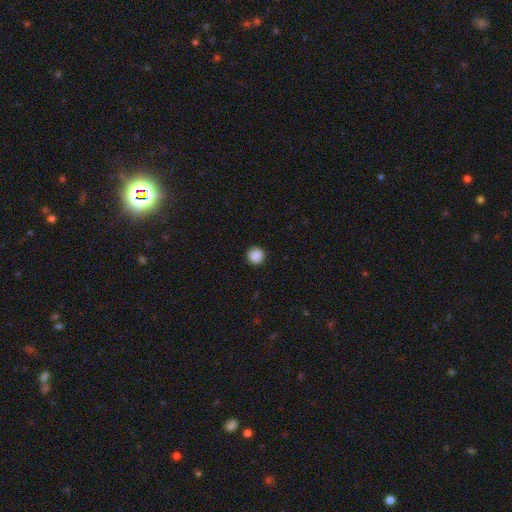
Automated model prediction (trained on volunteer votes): A smooth galaxy with no disk features (88%) that is round (96%).

Vote fractions:
- Smooth or featured? smooth: 88% / star or artifact: 9% / featured or disk: 3%
- How rounded? round: 96% / in between: 3% / cigar-shaped: 1%
- Merging? none: 93% / minor disturbance: 5% / major disturbance: 2% / merger: 1%